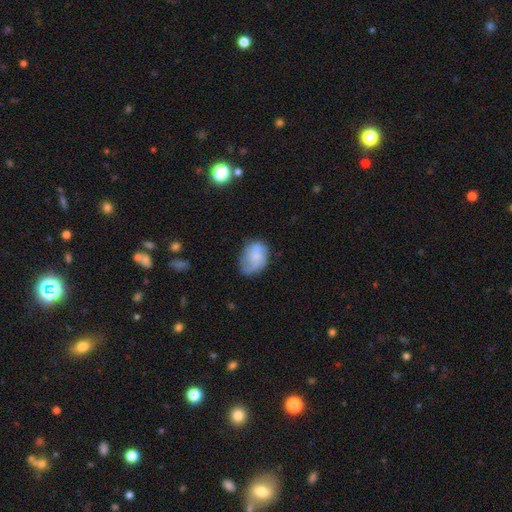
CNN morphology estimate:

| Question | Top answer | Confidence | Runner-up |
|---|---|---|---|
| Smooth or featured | smooth | 52% | featured or disk (40%) |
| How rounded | in between | 78% | round (21%) |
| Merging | none | 55% | minor disturbance (30%) |